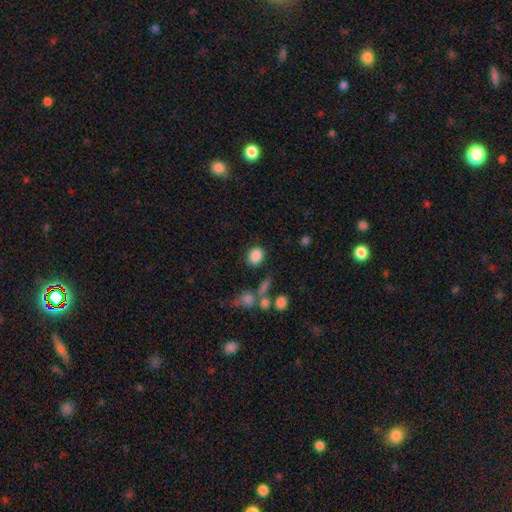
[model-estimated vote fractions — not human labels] smooth 85%, star or artifact 10%, featured or disk 5%. Down the decision tree: how rounded — in between (51%); merging — none (77%).